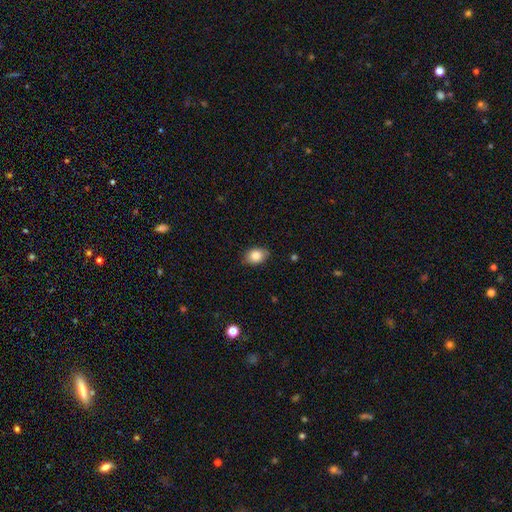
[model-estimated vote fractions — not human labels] Smooth or featured? smooth (84%)
How rounded? in between (69%)
Merging? none (82%)